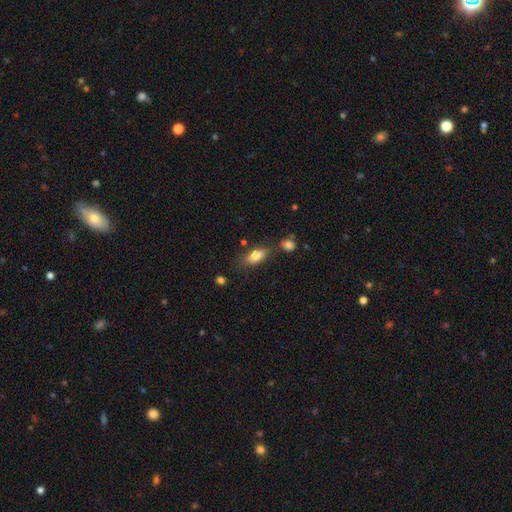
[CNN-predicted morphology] Smooth or featured?
  - smooth: 81% *
  - featured or disk: 11%
  - star or artifact: 8%
How rounded?
  - in between: 84% *
  - cigar-shaped: 13%
  - round: 4%
Merging?
  - none: 69% *
  - minor disturbance: 16%
  - merger: 10%
  - major disturbance: 5%